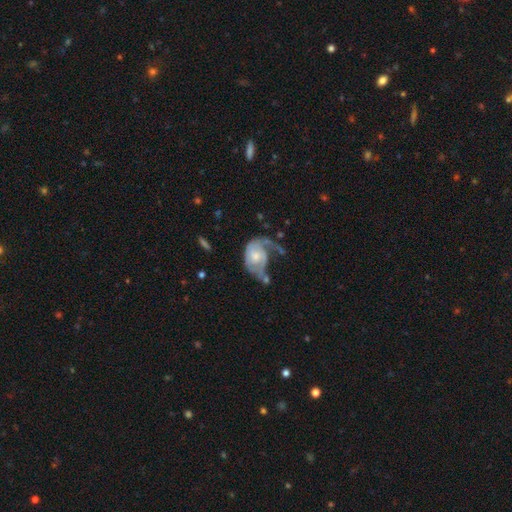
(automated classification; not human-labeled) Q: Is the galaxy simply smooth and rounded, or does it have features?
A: featured or disk — 72%.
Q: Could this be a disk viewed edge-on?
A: no — 97%.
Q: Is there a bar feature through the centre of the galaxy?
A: no — 68%.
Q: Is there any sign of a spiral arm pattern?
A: yes — 84%.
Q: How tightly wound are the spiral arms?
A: medium — 37%.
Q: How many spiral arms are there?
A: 1 — 43%.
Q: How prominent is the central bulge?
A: moderate — 46%.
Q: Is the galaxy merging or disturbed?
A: major disturbance — 47%.